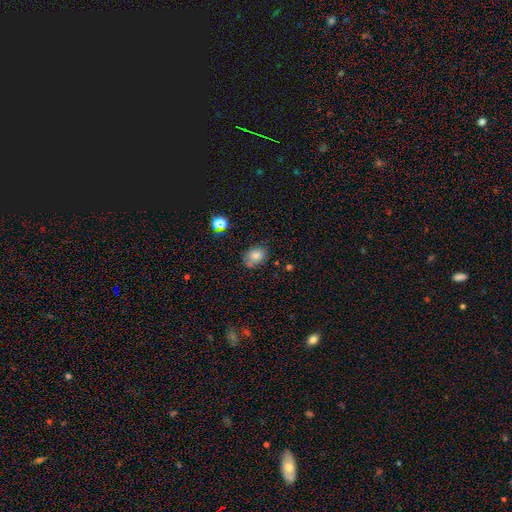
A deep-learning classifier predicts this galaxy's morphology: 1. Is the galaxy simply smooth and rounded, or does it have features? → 78% smooth, 12% star or artifact, 10% featured or disk.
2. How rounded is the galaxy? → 63% in between, 36% round, 1% cigar-shaped.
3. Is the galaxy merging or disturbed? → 65% none, 23% minor disturbance, 7% merger, 6% major disturbance.